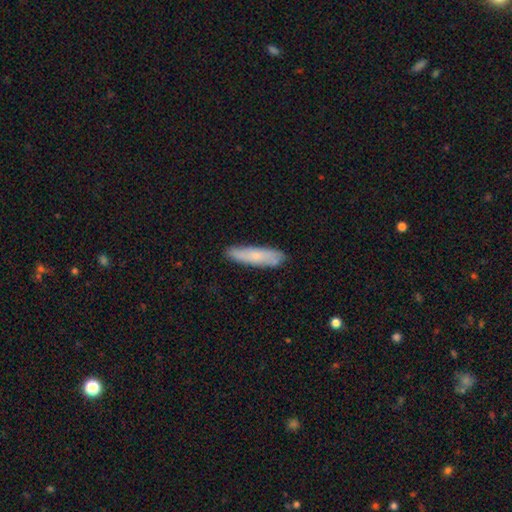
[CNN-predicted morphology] smooth-or-featured: smooth: 67% | featured or disk: 27% | star or artifact: 6%
  how-rounded: cigar-shaped: 77% | in between: 21% | round: 2%
  merging: none: 83% | minor disturbance: 14% | major disturbance: 2% | merger: 1%